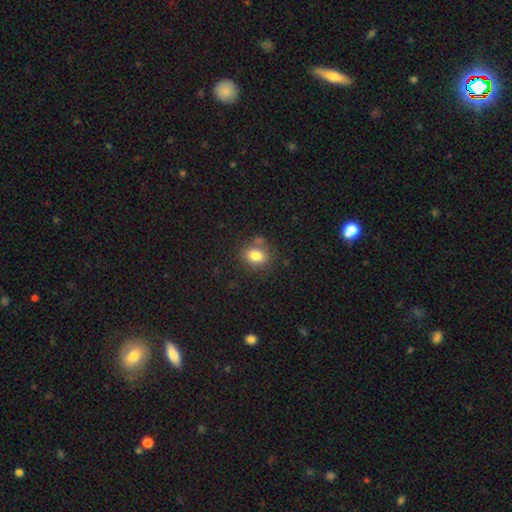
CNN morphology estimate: Smooth or featured? smooth (82%)
How rounded? in between (58%)
Merging? none (68%)